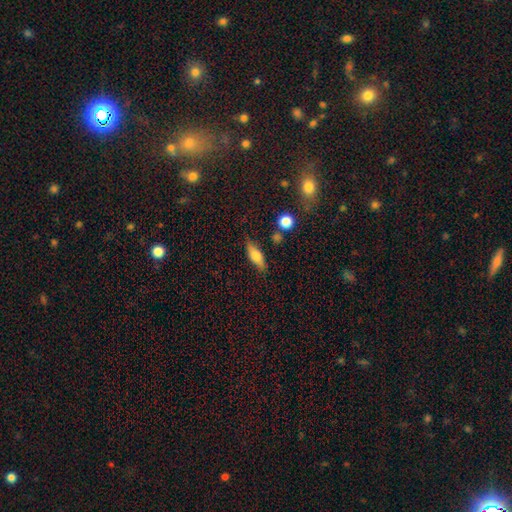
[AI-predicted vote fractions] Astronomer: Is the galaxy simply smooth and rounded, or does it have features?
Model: smooth — 63%.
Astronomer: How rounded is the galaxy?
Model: in between — 59% (runner-up: cigar-shaped, 37%).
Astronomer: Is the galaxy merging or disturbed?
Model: none — 79%.